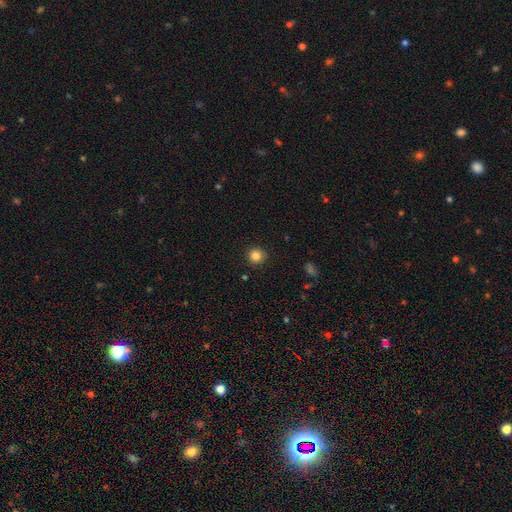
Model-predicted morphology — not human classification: The model was most divided on "smooth or featured": smooth: 84%, star or artifact: 12%, featured or disk: 5%. More confident: how rounded — round (93%); merging — none (91%).